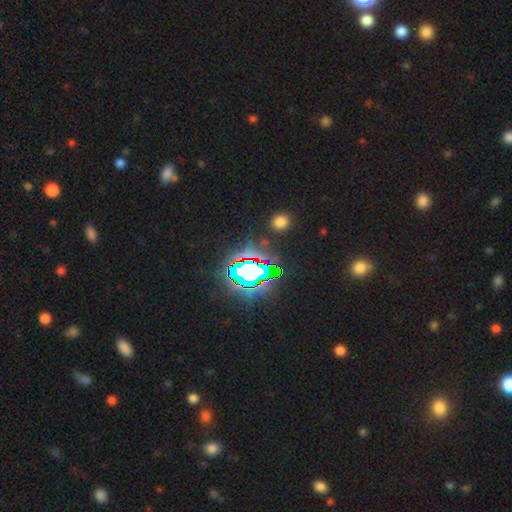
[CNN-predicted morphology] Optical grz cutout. It shows a star or artifact, not a galaxy (82%).